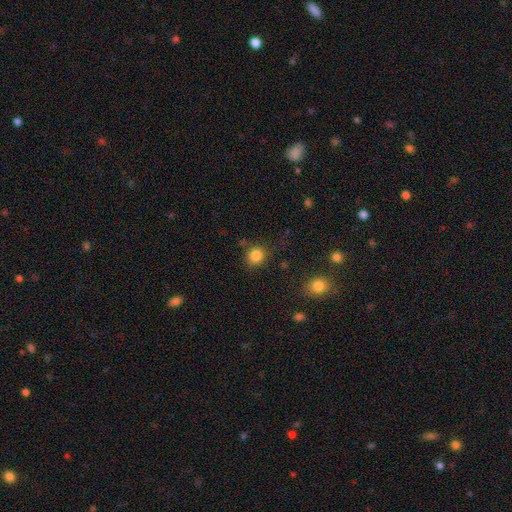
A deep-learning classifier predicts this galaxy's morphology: A smooth galaxy with no disk features (84%) that is round (79%).

Vote fractions:
- Smooth or featured? smooth: 84% / star or artifact: 11% / featured or disk: 5%
- How rounded? round: 79% / in between: 20% / cigar-shaped: 1%
- Merging? none: 75% / minor disturbance: 15% / major disturbance: 6% / merger: 4%